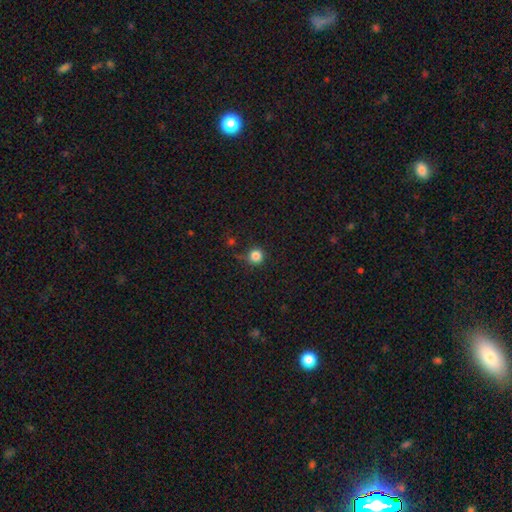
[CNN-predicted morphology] type=smooth (84%); roundness=round (95%); merging=none (79%).